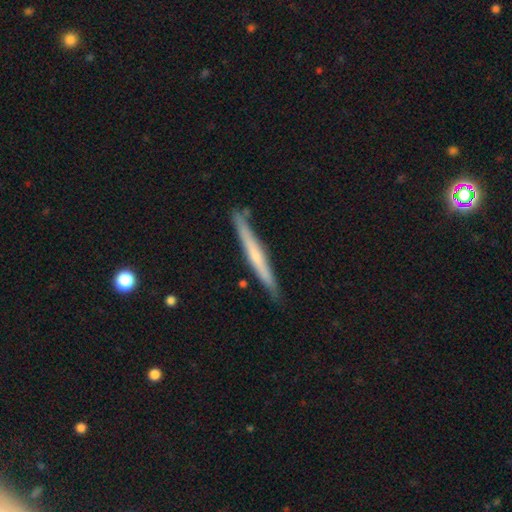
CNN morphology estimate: Smooth or featured? Predicted: featured or disk (p=0.53). Edge-on disk? Predicted: yes (p=0.96). Edge-on bulge? Predicted: none (p=0.63). Merging? Predicted: none (p=0.85).